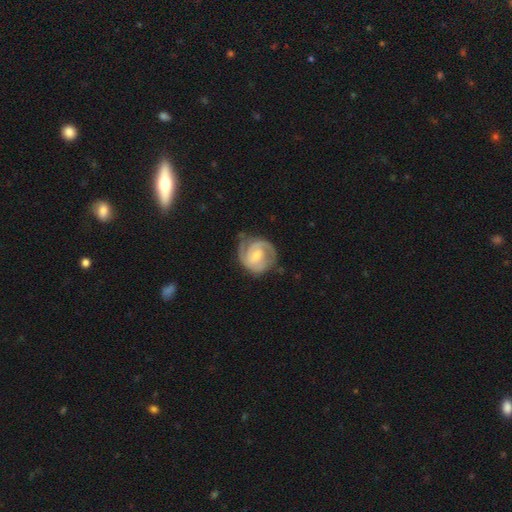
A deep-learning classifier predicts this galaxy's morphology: Overall: featured or disk (83%). Edge-on disk: no (98%). Bar: weak (55%; no 31%). Spiral arms: yes (95%). Spiral arm count: 2 (64%). Spiral winding: tight (59%; medium 34%). Bulge size: moderate (50%; small 41%). Merging: none (62%; minor disturbance 25%).